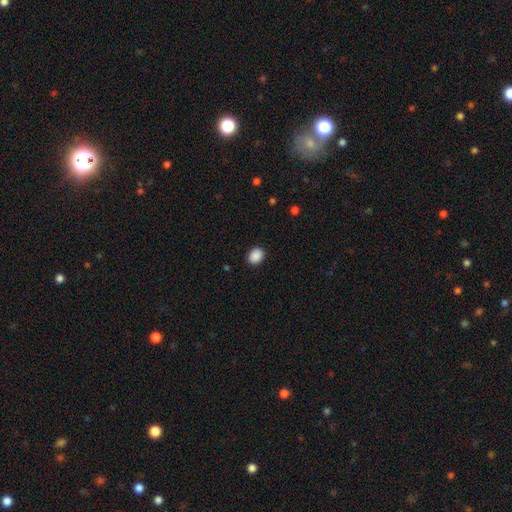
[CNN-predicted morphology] Smooth or featured? smooth (90%)
How rounded? in between (62%)
Merging? none (90%)